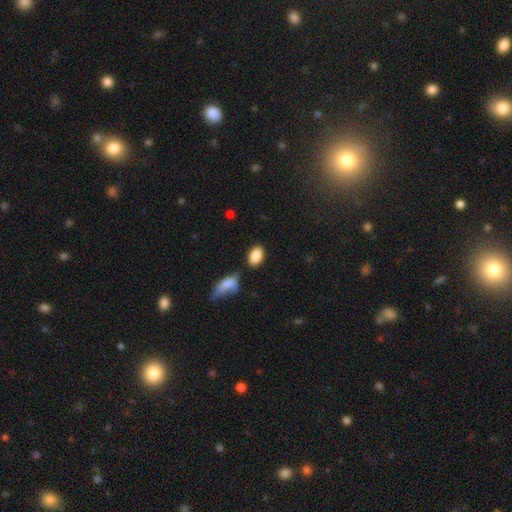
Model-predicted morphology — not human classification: This appears to be a smooth galaxy with no disk features (87%) that is in between round and cigar-shaped (91%). Merging: none (74%).